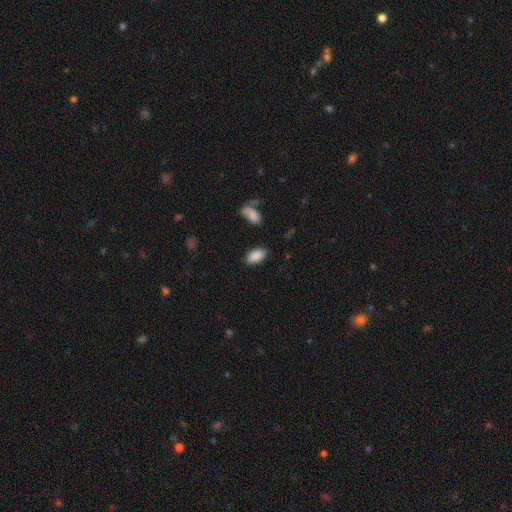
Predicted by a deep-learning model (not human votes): A smooth galaxy with no disk features (88%) that is in between round and cigar-shaped (94%).

Vote fractions:
- Smooth or featured? smooth: 88% / star or artifact: 7% / featured or disk: 4%
- How rounded? in between: 94% / round: 4% / cigar-shaped: 2%
- Merging? none: 84% / minor disturbance: 11% / major disturbance: 3% / merger: 2%